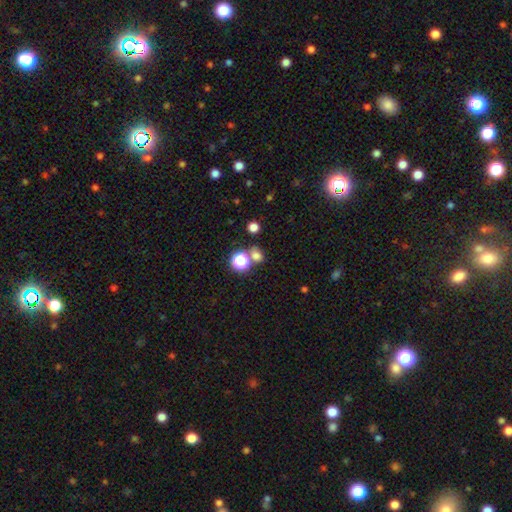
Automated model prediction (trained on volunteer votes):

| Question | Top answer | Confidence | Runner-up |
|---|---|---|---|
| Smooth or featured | smooth | 67% | star or artifact (26%) |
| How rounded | round | 68% | in between (31%) |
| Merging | none | 62% | merger (24%) |